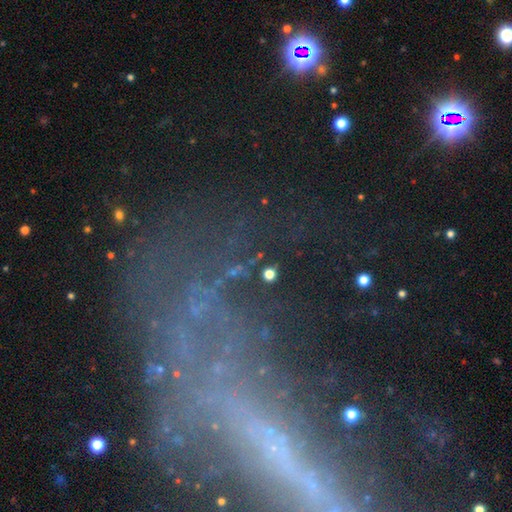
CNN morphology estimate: Smooth or featured? featured or disk (48%)
Merging? none (44%)